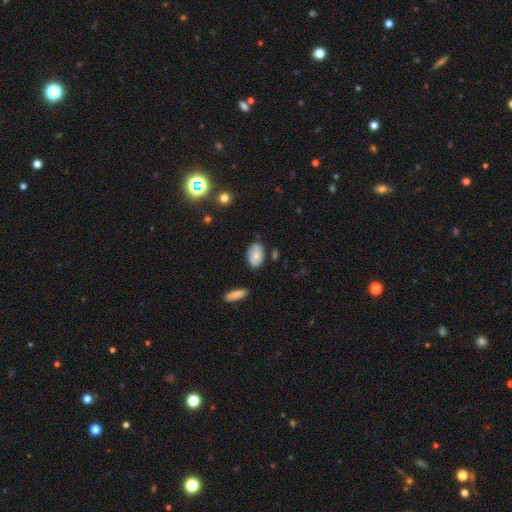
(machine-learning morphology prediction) Smooth or featured?
  - smooth: 73% *
  - featured or disk: 19%
  - star or artifact: 7%
How rounded?
  - in between: 91% *
  - round: 8%
  - cigar-shaped: 2%
Merging?
  - none: 74% *
  - minor disturbance: 19%
  - major disturbance: 4%
  - merger: 4%